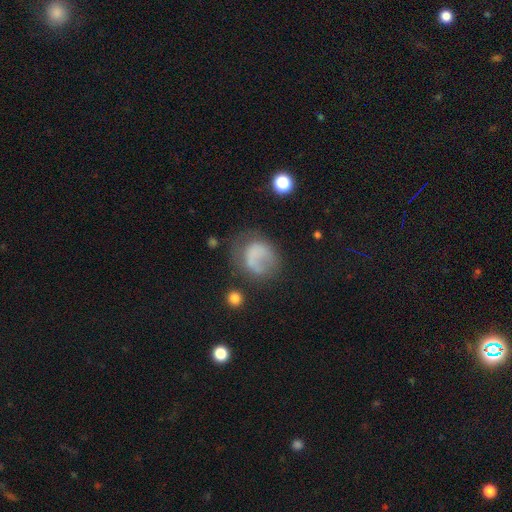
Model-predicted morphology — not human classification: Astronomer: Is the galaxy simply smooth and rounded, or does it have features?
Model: smooth — 59%.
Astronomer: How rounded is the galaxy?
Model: round — 64%.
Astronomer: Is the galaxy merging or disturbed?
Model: none — 40% (runner-up: major disturbance, 32%).